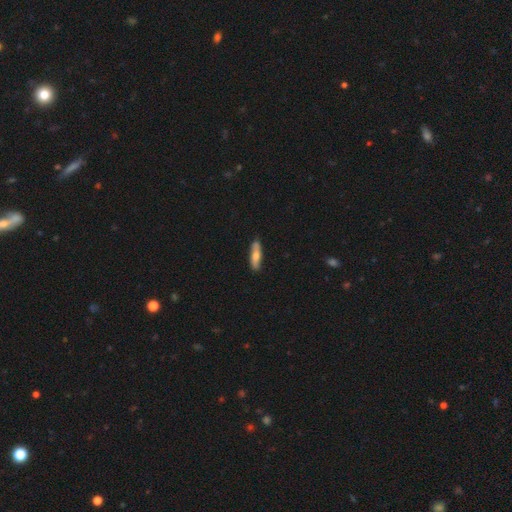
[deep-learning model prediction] Morphology: type=smooth (63%); roundness=cigar-shaped (65%); merging=none (83%).